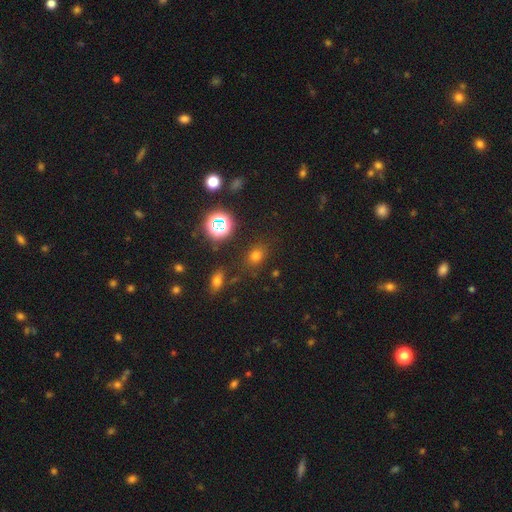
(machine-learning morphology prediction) Smooth or featured?
  - smooth: 66% *
  - star or artifact: 26%
  - featured or disk: 7%
How rounded?
  - round: 52% *
  - in between: 46%
  - cigar-shaped: 2%
Merging?
  - none: 79% *
  - minor disturbance: 11%
  - merger: 5%
  - major disturbance: 4%